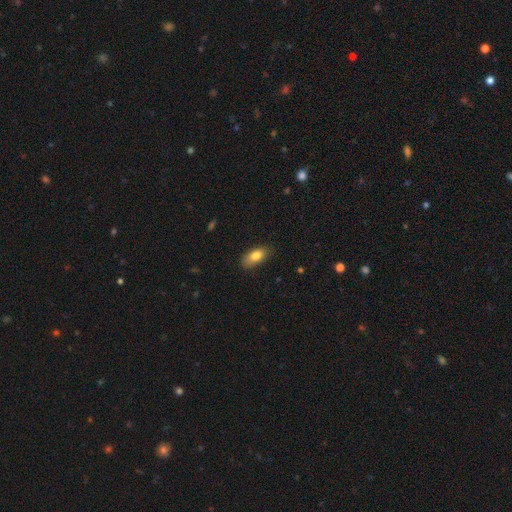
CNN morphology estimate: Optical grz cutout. It shows a smooth galaxy with no disk features (81%) that is in between round and cigar-shaped (87%). Merging: none (80%).